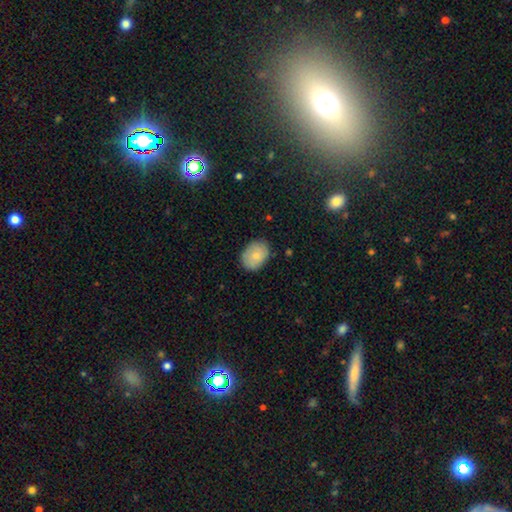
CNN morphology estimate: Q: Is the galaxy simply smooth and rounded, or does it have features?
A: smooth — 76%.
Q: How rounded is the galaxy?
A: in between — 69%.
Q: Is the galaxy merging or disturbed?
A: none — 82%.